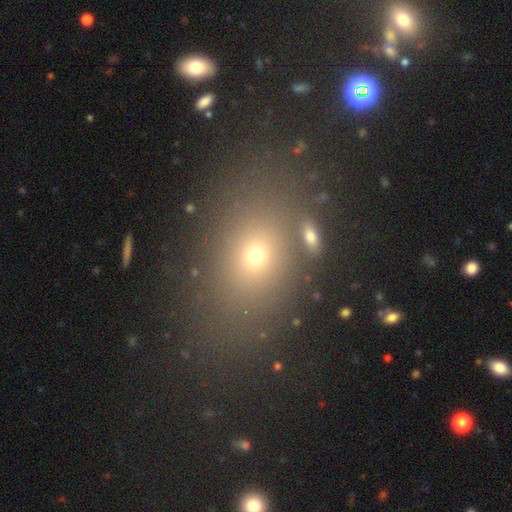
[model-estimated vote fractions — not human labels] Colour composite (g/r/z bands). It shows a smooth galaxy with no disk features (65%) that is in between round and cigar-shaped (67%). Merging: none (81%).